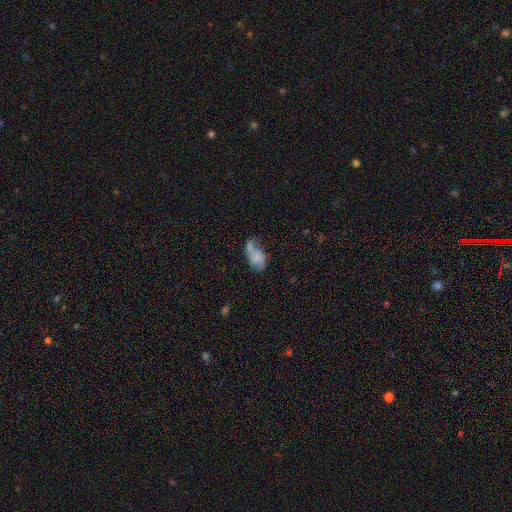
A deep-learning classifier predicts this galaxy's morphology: Smooth or featured: smooth — 63% (featured or disk — 27%)
How rounded: in between — 89% (round — 8%)
Merging: none — 29% (merger — 28%)